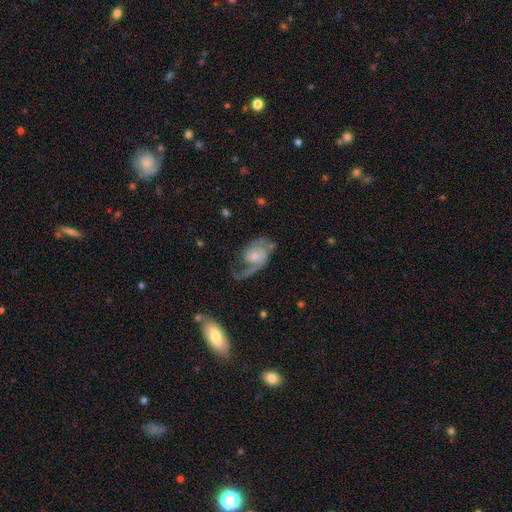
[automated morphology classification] type=featured or disk (77%); edge-on=no (97%); bar=no (71%); spiral arms=yes (91%); winding=loose (47%); arm count=2 (54%); bulge=small (47%); merging=none (39%).